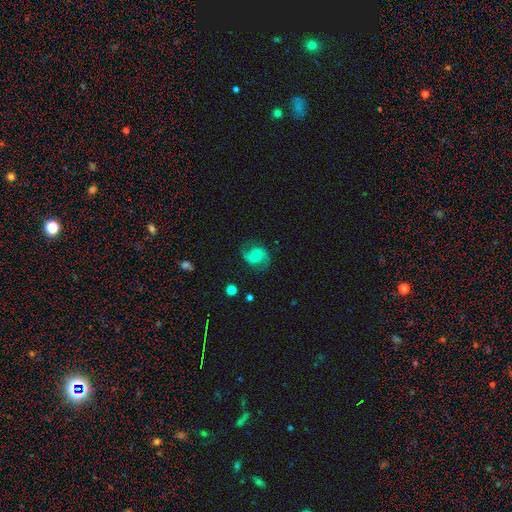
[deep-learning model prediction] Overall: featured or disk (77%). Edge-on disk: no (98%). Bar: no (44%; weak 43%). Spiral arms: yes (95%). Spiral arm count: 2 (91%). Spiral winding: medium (49%; loose 36%). Bulge size: small (59%; moderate 29%). Merging: none (76%).